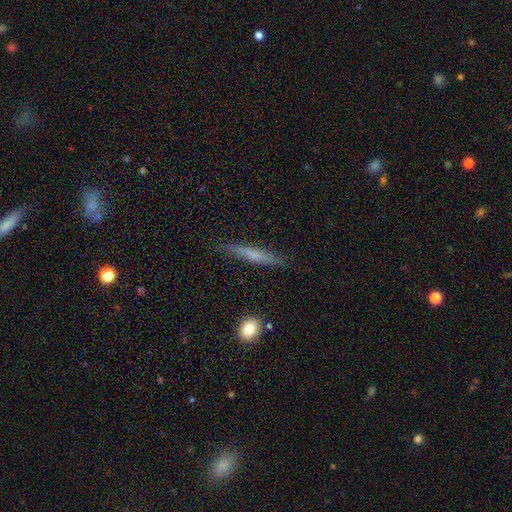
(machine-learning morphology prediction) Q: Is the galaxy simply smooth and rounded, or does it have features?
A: smooth — 51%.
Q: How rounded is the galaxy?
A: cigar-shaped — 93%.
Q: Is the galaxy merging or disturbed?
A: none — 84%.